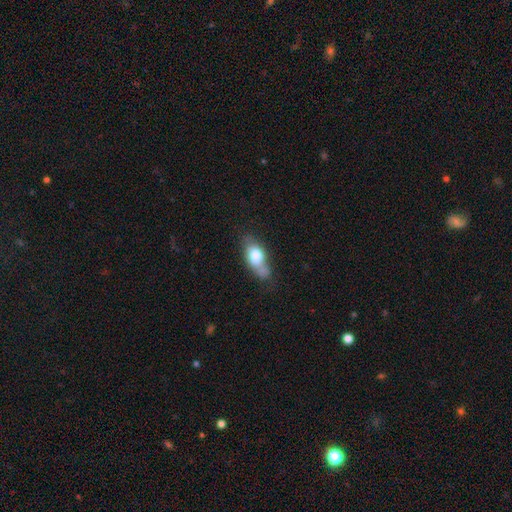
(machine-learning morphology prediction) smooth_or_featured: smooth (p=0.70) [alt: featured or disk p=0.23]
how_rounded: in between (p=0.83) [alt: cigar-shaped p=0.10]
merging: none (p=0.44) [alt: minor disturbance p=0.33]